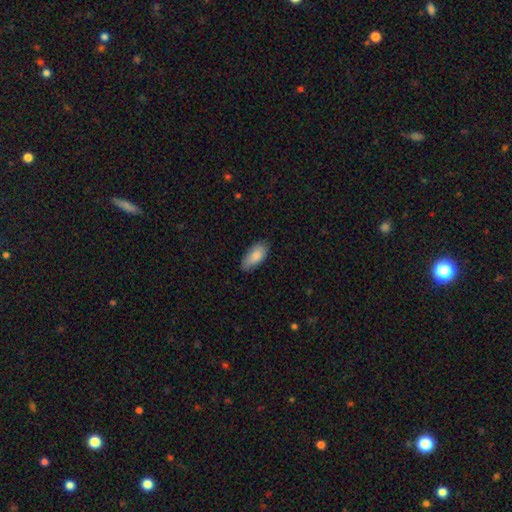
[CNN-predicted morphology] This appears to be a smooth galaxy with no disk features (86%) that is in between round and cigar-shaped (91%). Merging: none (79%).